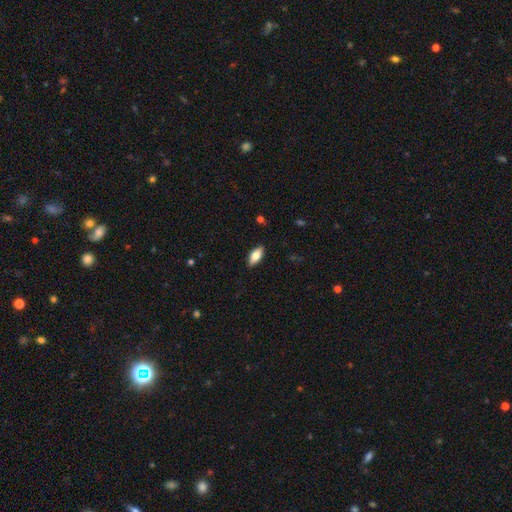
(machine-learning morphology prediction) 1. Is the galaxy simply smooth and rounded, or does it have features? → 70% smooth, 24% featured or disk, 6% star or artifact.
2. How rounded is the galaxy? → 84% in between, 14% cigar-shaped, 2% round.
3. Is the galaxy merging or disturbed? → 88% none, 9% minor disturbance, 2% major disturbance, 1% merger.